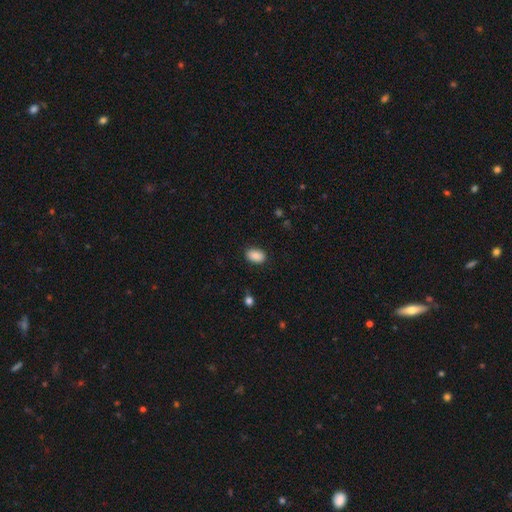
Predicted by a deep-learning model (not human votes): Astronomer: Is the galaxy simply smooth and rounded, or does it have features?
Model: smooth — 88%.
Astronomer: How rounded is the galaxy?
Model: in between — 87%.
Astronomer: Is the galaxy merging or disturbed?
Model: none — 88%.